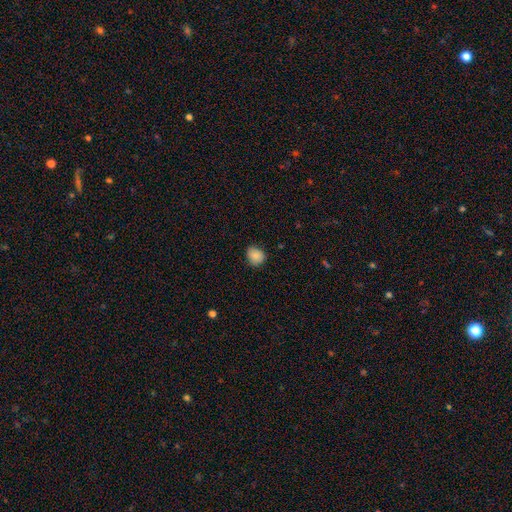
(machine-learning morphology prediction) Smooth or featured?
  - smooth: 84% *
  - star or artifact: 9%
  - featured or disk: 7%
How rounded?
  - round: 69% *
  - in between: 30%
  - cigar-shaped: 1%
Merging?
  - none: 77% *
  - minor disturbance: 19%
  - major disturbance: 3%
  - merger: 1%